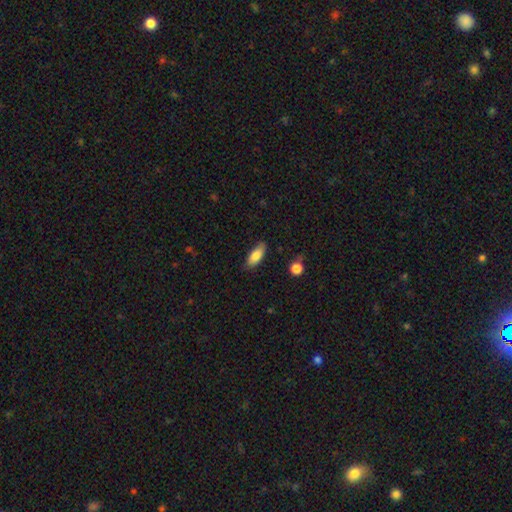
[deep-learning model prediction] A smooth galaxy with no disk features (82%) that is in between round and cigar-shaped (78%).

Vote fractions:
- Smooth or featured? smooth: 82% / featured or disk: 12% / star or artifact: 7%
- How rounded? in between: 78% / cigar-shaped: 20% / round: 2%
- Merging? none: 77% / minor disturbance: 18% / major disturbance: 3% / merger: 2%